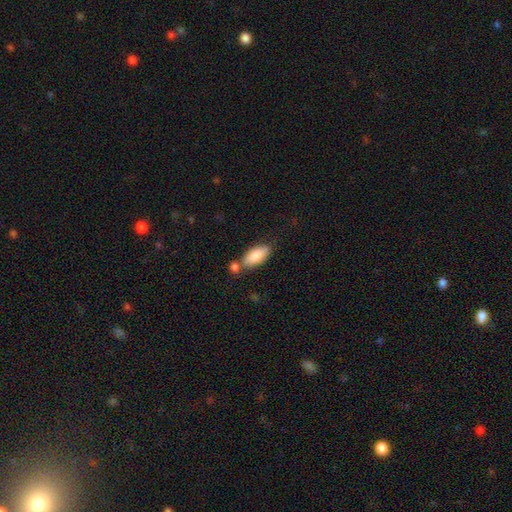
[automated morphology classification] smooth_or_featured: smooth (p=0.85) [alt: featured or disk p=0.09]
how_rounded: in between (p=0.86) [alt: cigar-shaped p=0.12]
merging: none (p=0.61) [alt: merger p=0.21]